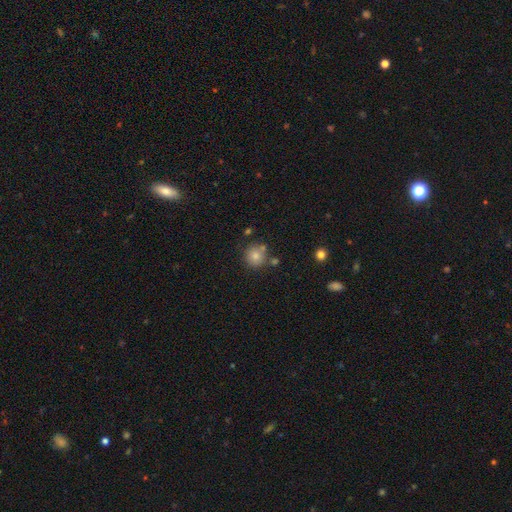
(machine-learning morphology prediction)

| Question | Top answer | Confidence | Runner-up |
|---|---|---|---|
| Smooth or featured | smooth | 78% | star or artifact (12%) |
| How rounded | round | 92% | in between (7%) |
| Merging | none | 73% | merger (13%) |